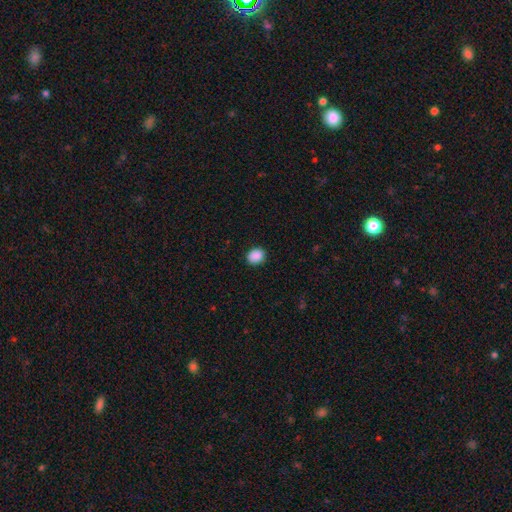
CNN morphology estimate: type=smooth (90%); roundness=round (56%); merging=none (89%).